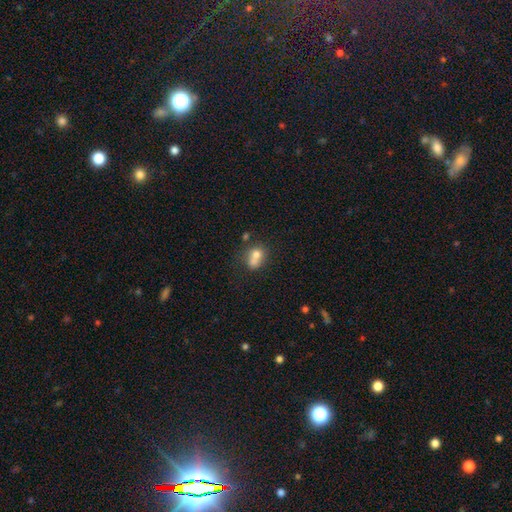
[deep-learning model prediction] A smooth galaxy with no disk features (69%) that is round (58%).

Vote fractions:
- Smooth or featured? smooth: 69% / featured or disk: 19% / star or artifact: 11%
- How rounded? round: 58% / in between: 41% / cigar-shaped: 1%
- Merging? merger: 53% / none: 29% / minor disturbance: 11% / major disturbance: 6%